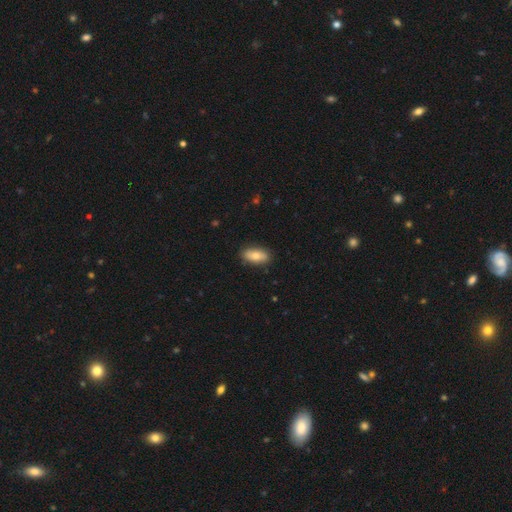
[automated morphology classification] smooth_or_featured: smooth (p=0.76) [alt: featured or disk p=0.17]
how_rounded: in between (p=0.87) [alt: cigar-shaped p=0.09]
merging: none (p=0.87) [alt: minor disturbance p=0.10]